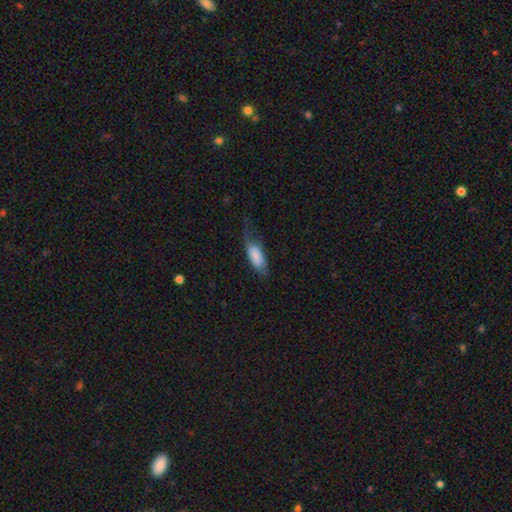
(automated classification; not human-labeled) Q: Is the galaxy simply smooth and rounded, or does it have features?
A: smooth — 73%.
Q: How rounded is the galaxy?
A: in between — 80%.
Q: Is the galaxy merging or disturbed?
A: none — 36%.